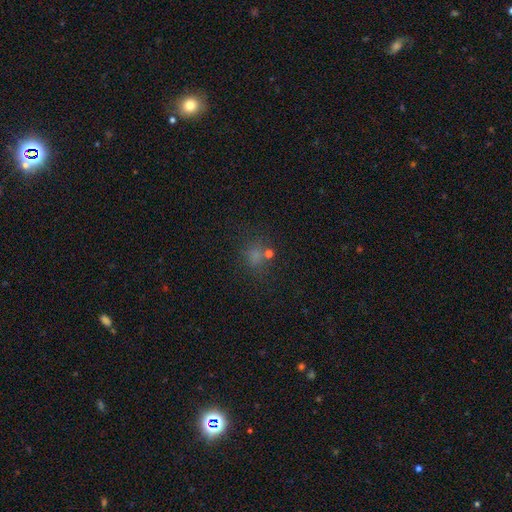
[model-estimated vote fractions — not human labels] This appears to be a smooth galaxy with no disk features (58%) that is round (63%). Merging: none (70%).